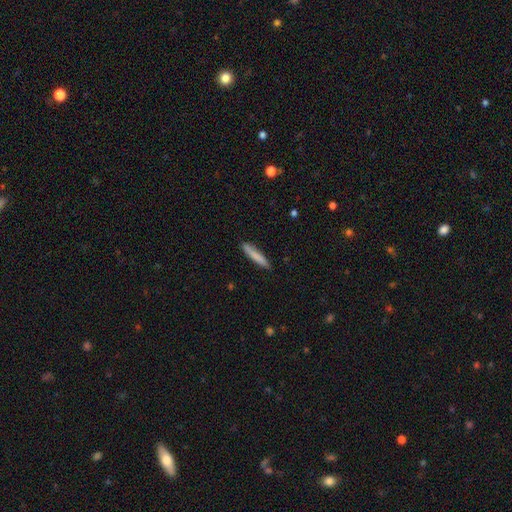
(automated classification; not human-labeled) A smooth galaxy with no disk features (79%) that is cigar-shaped (93%). Merging: none (85%).